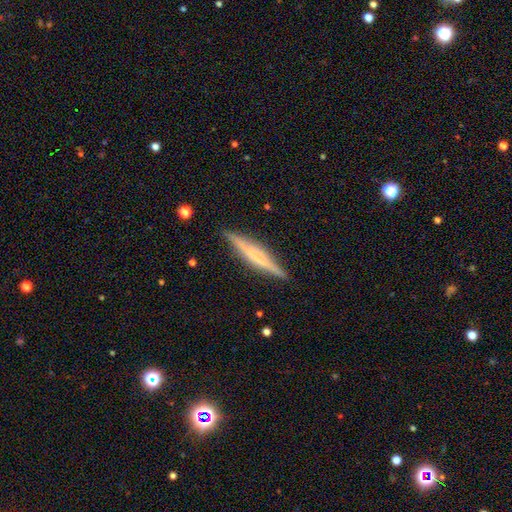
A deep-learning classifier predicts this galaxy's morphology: This appears to be a featured or disk galaxy (64%) viewed edge-on (97%) with a rounded central bulge (36%). Merging: none (89%).